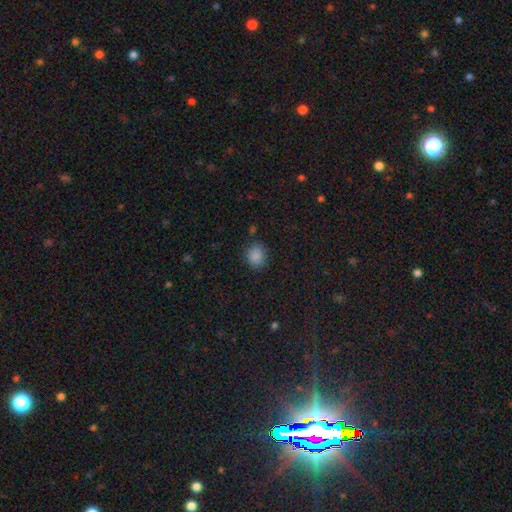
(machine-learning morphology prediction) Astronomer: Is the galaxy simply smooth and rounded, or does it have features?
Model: smooth — 87%.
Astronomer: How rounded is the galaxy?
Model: round — 60% (runner-up: in between, 39%).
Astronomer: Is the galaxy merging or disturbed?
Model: none — 82%.